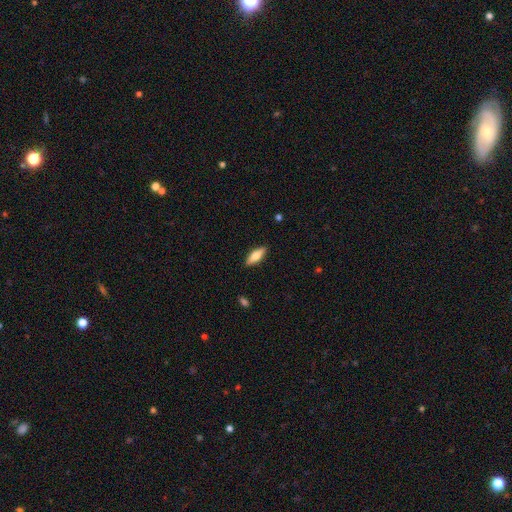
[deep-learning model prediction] This appears to be a smooth galaxy with no disk features (65%) that is in between round and cigar-shaped (57%). Merging: none (88%).